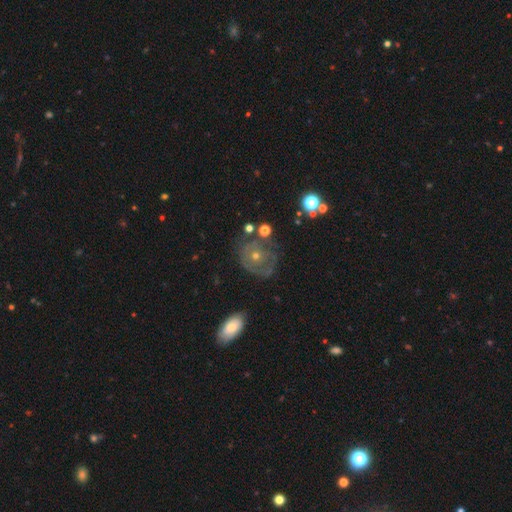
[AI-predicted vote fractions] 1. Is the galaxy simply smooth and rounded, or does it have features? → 61% featured or disk, 25% smooth, 14% star or artifact.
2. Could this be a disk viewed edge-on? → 96% no, 4% yes.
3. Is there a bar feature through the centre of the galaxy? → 87% no, 10% weak, 3% strong.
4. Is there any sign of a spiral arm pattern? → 60% yes, 40% no.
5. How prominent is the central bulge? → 61% small, 34% moderate, 2% none, 2% large, 1% dominant.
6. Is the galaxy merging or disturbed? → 63% none, 20% minor disturbance, 12% major disturbance, 4% merger.